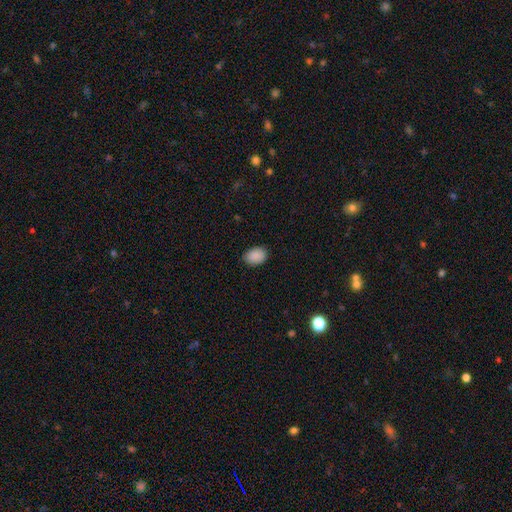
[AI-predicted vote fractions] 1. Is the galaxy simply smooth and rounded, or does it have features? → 90% smooth, 8% star or artifact, 3% featured or disk.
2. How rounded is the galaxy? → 79% in between, 20% round, 1% cigar-shaped.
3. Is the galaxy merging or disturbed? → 84% none, 12% minor disturbance, 2% major disturbance, 1% merger.